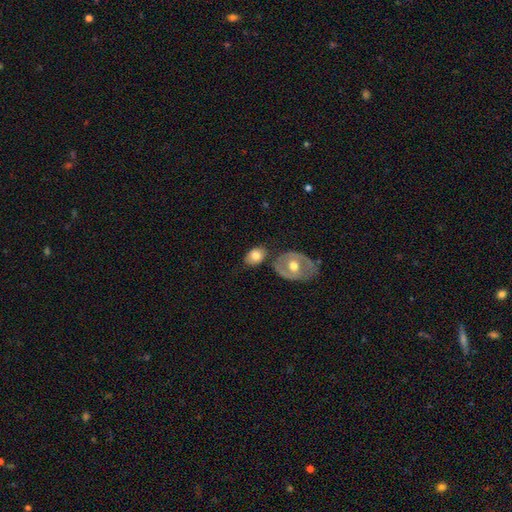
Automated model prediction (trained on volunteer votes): Smooth or featured: smooth — 69% (featured or disk — 25%)
How rounded: in between — 78% (round — 20%)
Merging: none — 61% (merger — 18%)